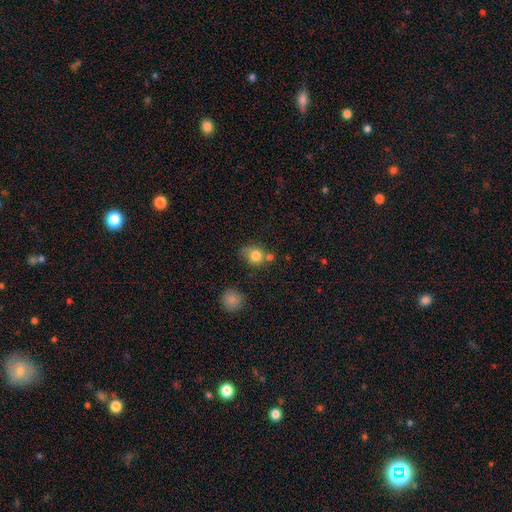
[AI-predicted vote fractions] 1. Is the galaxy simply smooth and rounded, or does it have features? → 81% smooth, 10% star or artifact, 9% featured or disk.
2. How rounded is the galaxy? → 70% round, 28% in between, 1% cigar-shaped.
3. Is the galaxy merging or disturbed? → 51% none, 23% minor disturbance, 19% merger, 8% major disturbance.